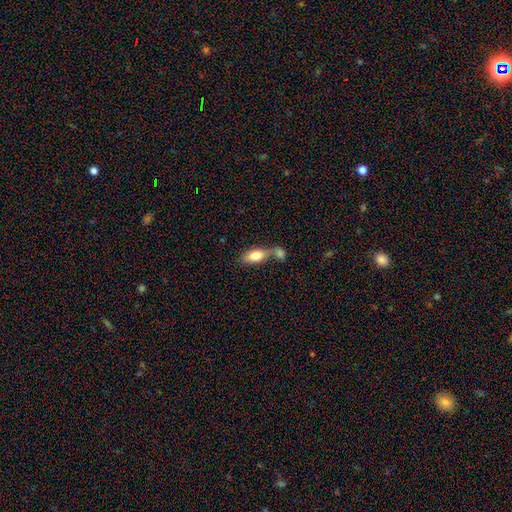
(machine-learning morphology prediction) This is likely a smooth galaxy (77%). How rounded: clearly in between (83%). Merging: possibly merger (48%).